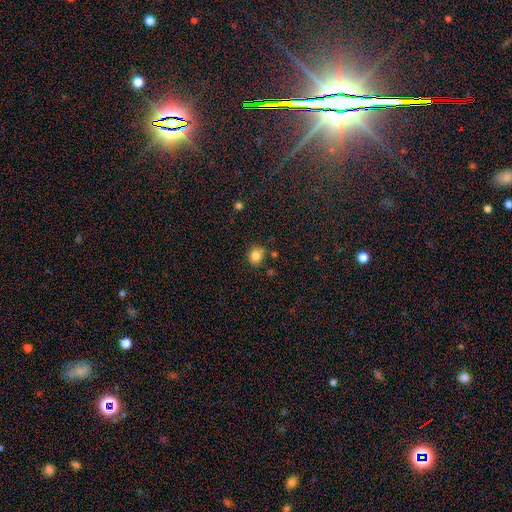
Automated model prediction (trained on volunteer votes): Q: Smooth or featured?
A: smooth (83%); runner-up: star or artifact (11%)
Q: How rounded?
A: round (75%); runner-up: in between (24%)
Q: Merging?
A: none (75%); runner-up: minor disturbance (14%)